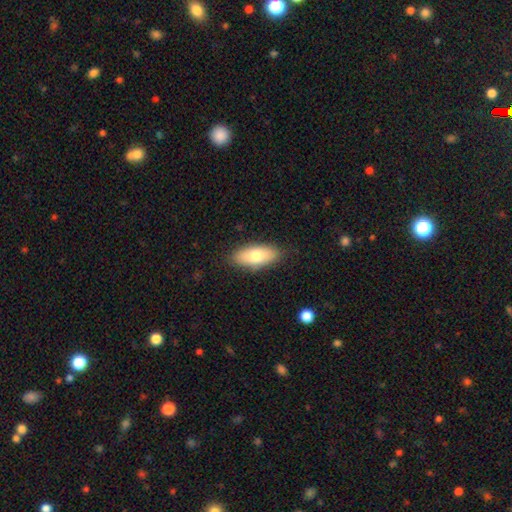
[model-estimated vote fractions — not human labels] smooth-or-featured: smooth: 73% | featured or disk: 20% | star or artifact: 7%
  how-rounded: in between: 86% | cigar-shaped: 11% | round: 3%
  merging: none: 86% | minor disturbance: 11% | major disturbance: 2% | merger: 1%